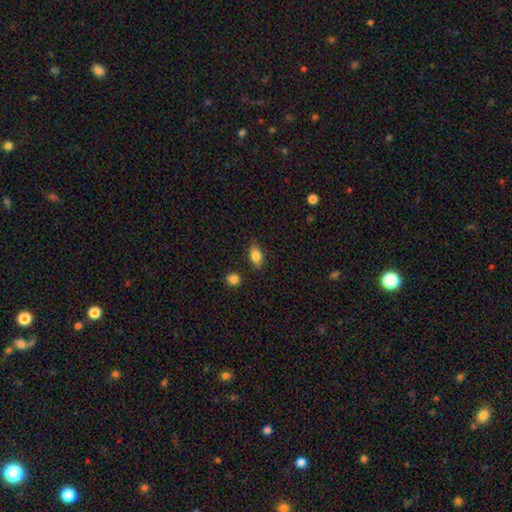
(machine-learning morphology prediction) type=smooth (83%); roundness=in between (86%); merging=none (83%).